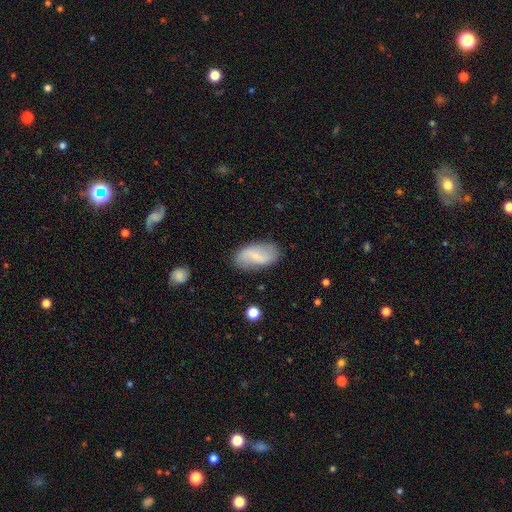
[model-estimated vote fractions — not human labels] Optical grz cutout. It shows a featured or disk galaxy (56%) with a weak bar (49%), spiral arms (78%) and a small central bulge (74%). Merging: none (83%).